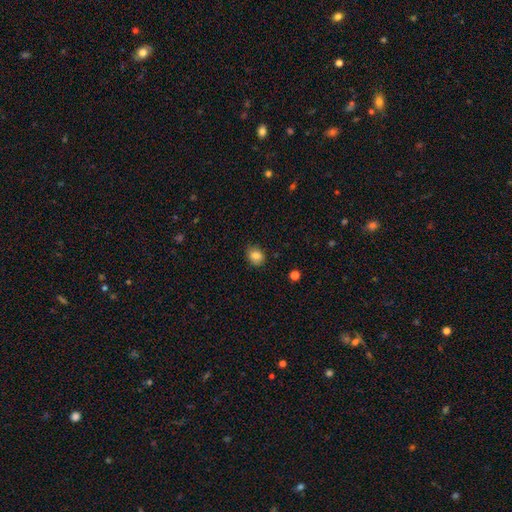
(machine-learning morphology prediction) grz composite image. It shows a smooth galaxy with no disk features (82%) that is round (58%). Merging: none (83%).